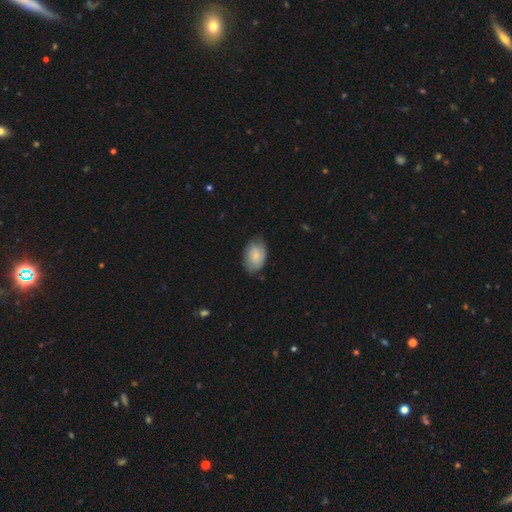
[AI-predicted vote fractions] A smooth galaxy with no disk features (72%) that is in between round and cigar-shaped (87%). Merging: none (71%).